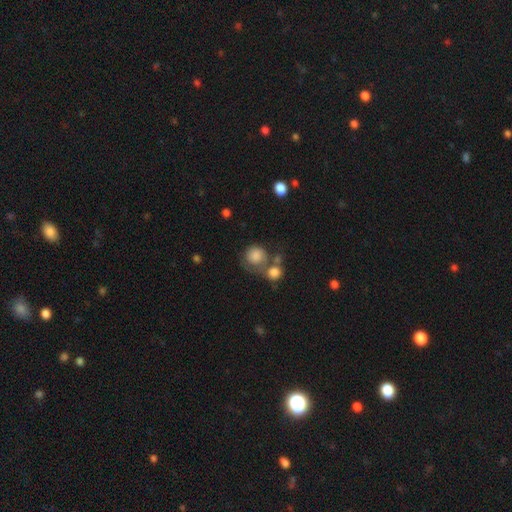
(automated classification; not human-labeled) smooth-or-featured: smooth: 79% | featured or disk: 14% | star or artifact: 8%
  how-rounded: round: 84% | in between: 15% | cigar-shaped: 1%
  merging: none: 37% | merger: 31% | minor disturbance: 17% | major disturbance: 16%